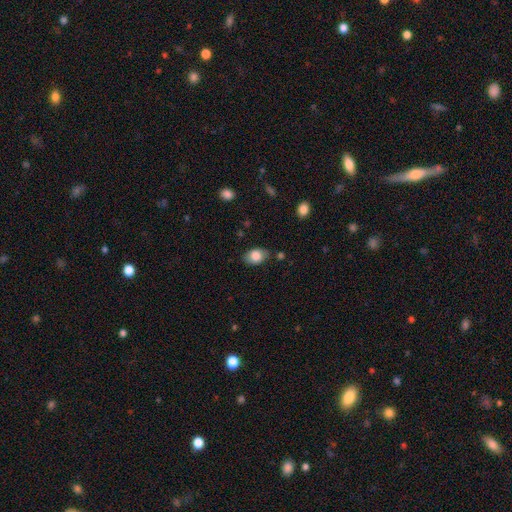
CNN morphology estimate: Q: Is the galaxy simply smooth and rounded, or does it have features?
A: smooth — 82%.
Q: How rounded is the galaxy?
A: in between — 81%.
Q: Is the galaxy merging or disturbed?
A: none — 79%.